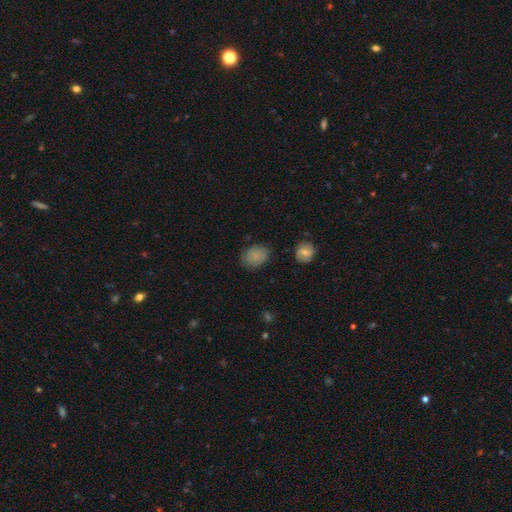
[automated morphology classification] type=smooth (81%); roundness=in between (71%); merging=none (77%).